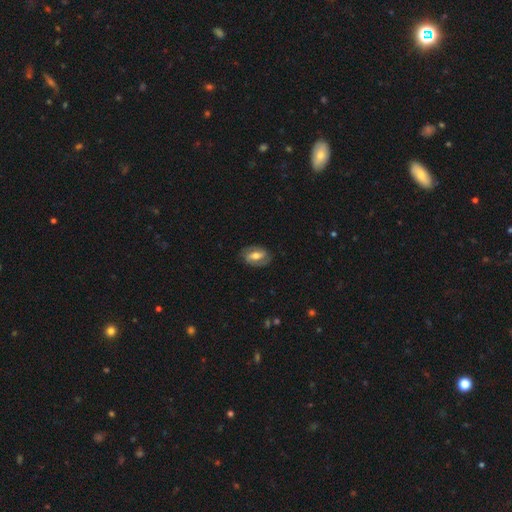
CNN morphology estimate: smooth_or_featured: featured or disk (p=0.58) [alt: smooth p=0.35]
disk_edge_on: no (p=0.93) [alt: yes p=0.07]
bar: weak (p=0.40) [alt: strong p=0.37]
has_spiral_arms: yes (p=0.72) [alt: no p=0.28]
bulge_size: moderate (p=0.66) [alt: small p=0.17]
merging: none (p=0.79) [alt: minor disturbance p=0.15]